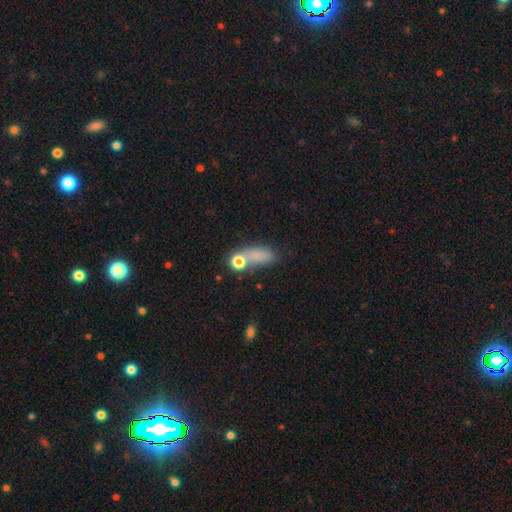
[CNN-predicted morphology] Q: Smooth or featured?
A: smooth (76%); runner-up: star or artifact (14%)
Q: How rounded?
A: in between (67%); runner-up: cigar-shaped (17%)
Q: Merging?
A: none (48%); runner-up: merger (21%)